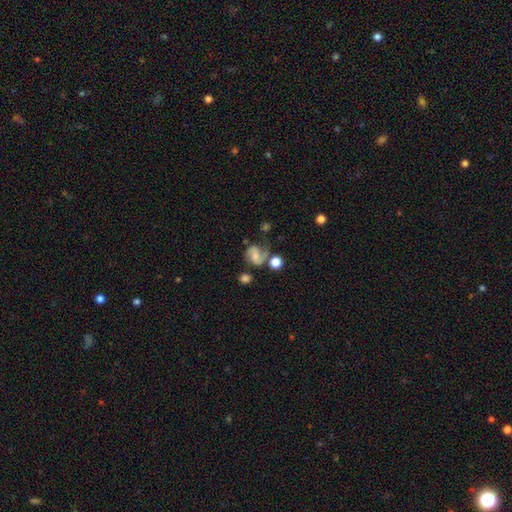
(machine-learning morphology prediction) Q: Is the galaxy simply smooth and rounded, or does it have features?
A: featured or disk — 74%.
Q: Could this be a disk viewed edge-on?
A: no — 98%.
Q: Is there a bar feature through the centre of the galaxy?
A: weak — 44%.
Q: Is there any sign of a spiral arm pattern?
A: yes — 94%.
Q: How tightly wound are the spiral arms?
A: medium — 53%.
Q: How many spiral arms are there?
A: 2 — 89%.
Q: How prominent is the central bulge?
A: small — 44%.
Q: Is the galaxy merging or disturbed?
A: none — 62%.